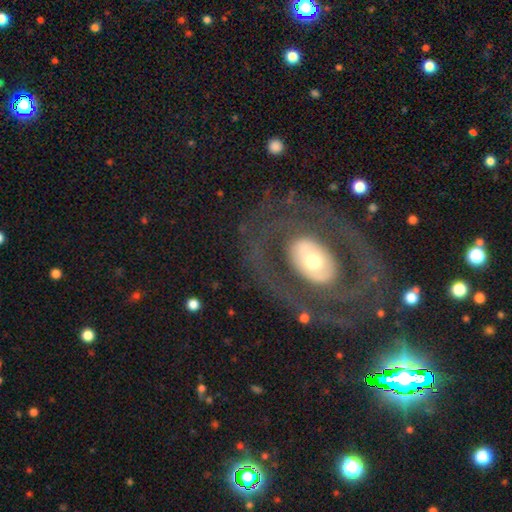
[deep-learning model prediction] smooth_or_featured: featured or disk (p=0.68) [alt: smooth p=0.22]
disk_edge_on: no (p=0.94) [alt: yes p=0.06]
bar: no (p=0.74) [alt: weak p=0.16]
has_spiral_arms: no (p=0.63) [alt: yes p=0.37]
bulge_size: moderate (p=0.51) [alt: small p=0.28]
merging: none (p=0.77) [alt: major disturbance p=0.11]